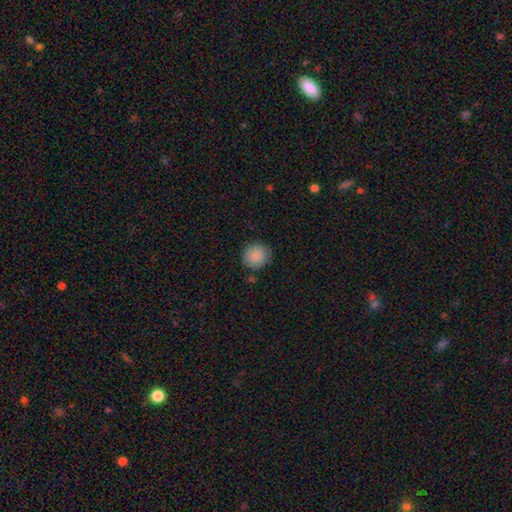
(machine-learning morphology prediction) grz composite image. It shows a smooth galaxy with no disk features (88%) that is round (89%). Merging: none (82%).